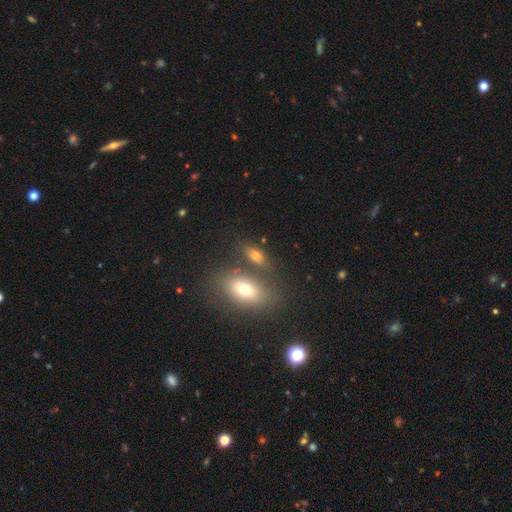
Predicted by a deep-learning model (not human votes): This is likely a smooth galaxy (65%). How rounded: likely in between (79%). Merging: likely none (60%).